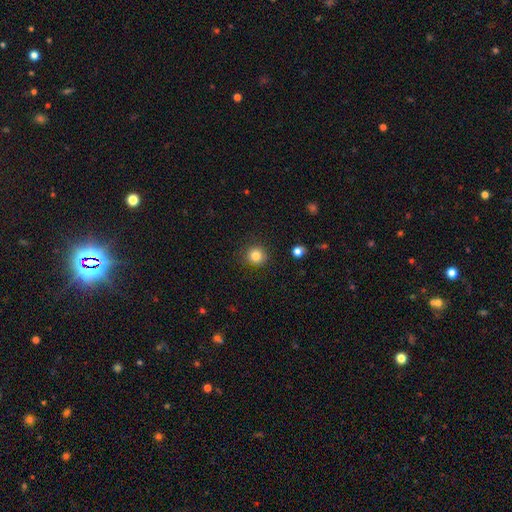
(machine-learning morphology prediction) The model was most divided on "smooth or featured": smooth: 83%, star or artifact: 11%, featured or disk: 5%. More confident: how rounded — round (92%); merging — none (89%).